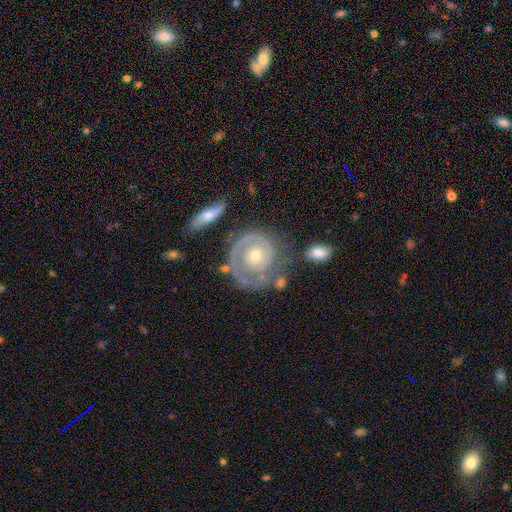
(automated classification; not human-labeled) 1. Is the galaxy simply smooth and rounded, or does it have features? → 83% featured or disk, 12% smooth, 5% star or artifact.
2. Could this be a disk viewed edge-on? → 97% no, 3% yes.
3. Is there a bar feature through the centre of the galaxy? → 84% no, 13% weak, 3% strong.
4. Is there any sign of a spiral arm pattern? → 89% yes, 11% no.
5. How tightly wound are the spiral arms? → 77% tight, 17% medium, 6% loose.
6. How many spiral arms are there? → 49% 1, 27% 2, 15% can't tell, 5% 3, 2% 4, 2% more than 4.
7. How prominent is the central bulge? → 56% small, 39% moderate, 2% large, 1% none, 1% dominant.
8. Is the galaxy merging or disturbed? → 64% none, 18% minor disturbance, 12% major disturbance, 6% merger.